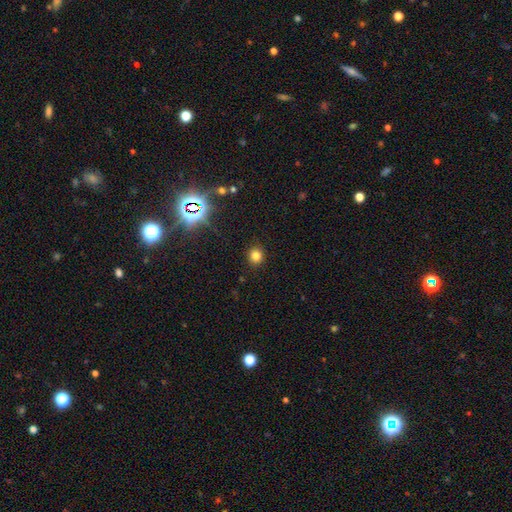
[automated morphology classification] A smooth galaxy with no disk features (77%) that is round (85%).

Vote fractions:
- Smooth or featured? smooth: 77% / star or artifact: 17% / featured or disk: 6%
- How rounded? round: 85% / in between: 14% / cigar-shaped: 1%
- Merging? none: 91% / minor disturbance: 6% / major disturbance: 2% / merger: 1%